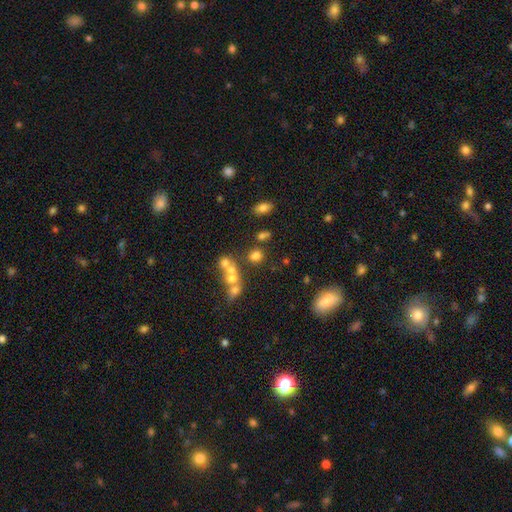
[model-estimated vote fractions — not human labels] A smooth galaxy with no disk features (65%) that is round (73%).

Vote fractions:
- Smooth or featured? smooth: 65% / star or artifact: 19% / featured or disk: 16%
- How rounded? round: 73% / in between: 25% / cigar-shaped: 2%
- Merging? none: 55% / merger: 29% / minor disturbance: 11% / major disturbance: 6%